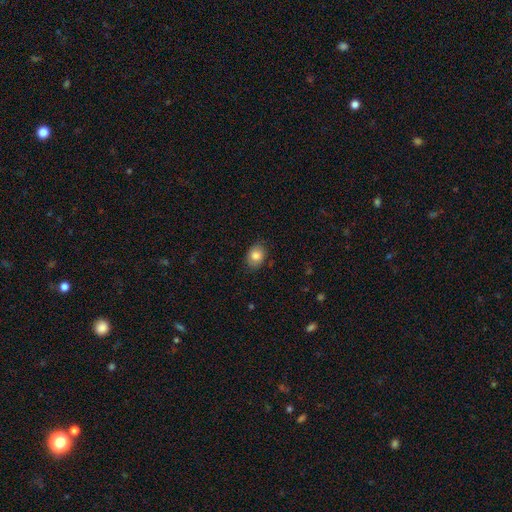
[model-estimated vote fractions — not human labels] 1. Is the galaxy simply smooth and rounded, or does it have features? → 84% smooth, 8% star or artifact, 8% featured or disk.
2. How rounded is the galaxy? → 67% in between, 32% round, 1% cigar-shaped.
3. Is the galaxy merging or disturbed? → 83% none, 13% minor disturbance, 3% major disturbance, 1% merger.